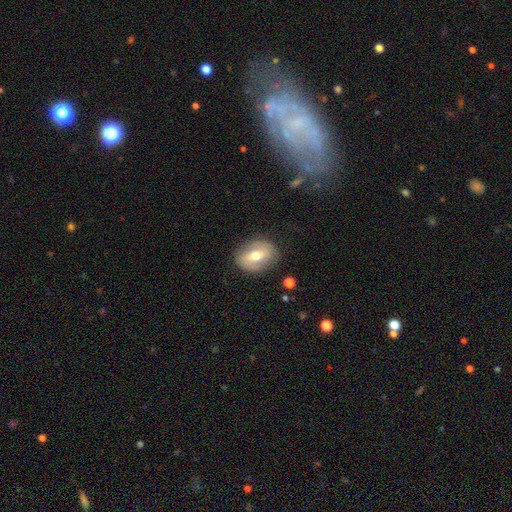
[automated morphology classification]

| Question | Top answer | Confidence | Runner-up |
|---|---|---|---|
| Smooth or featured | smooth | 50% | featured or disk (43%) |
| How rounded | in between | 69% | round (30%) |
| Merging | none | 78% | minor disturbance (15%) |